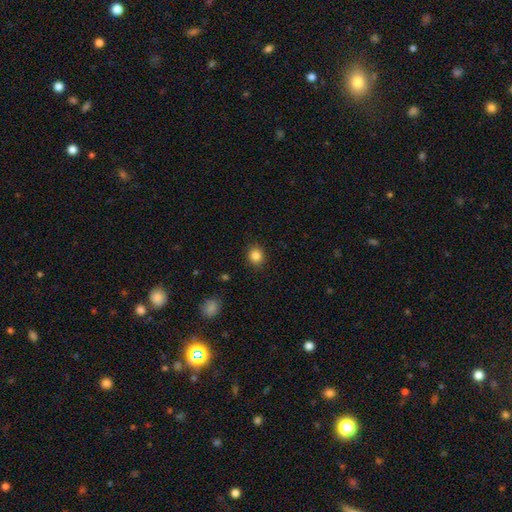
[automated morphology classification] type=smooth (85%); roundness=round (76%); merging=none (89%).